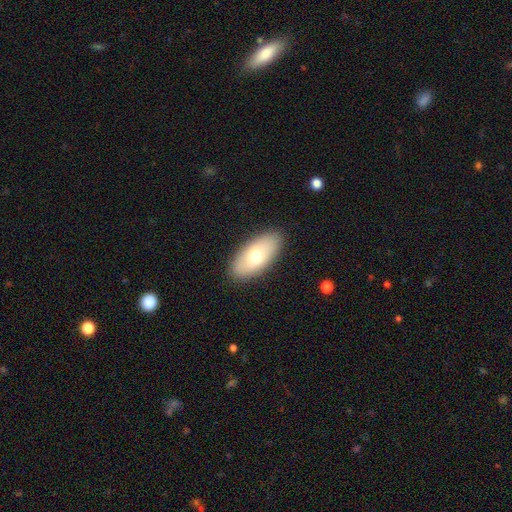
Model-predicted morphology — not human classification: A smooth galaxy with no disk features (69%) that is in between round and cigar-shaped (91%). Merging: none (88%).